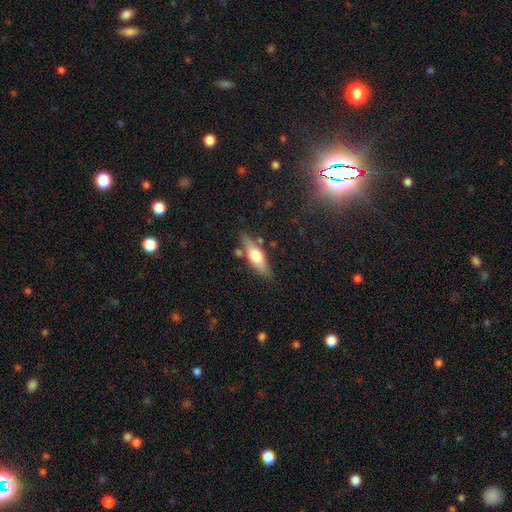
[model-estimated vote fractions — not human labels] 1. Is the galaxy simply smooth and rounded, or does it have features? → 53% smooth, 41% featured or disk, 6% star or artifact.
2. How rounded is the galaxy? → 51% in between, 46% cigar-shaped, 3% round.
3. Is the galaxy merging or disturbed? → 76% none, 16% minor disturbance, 5% merger, 4% major disturbance.